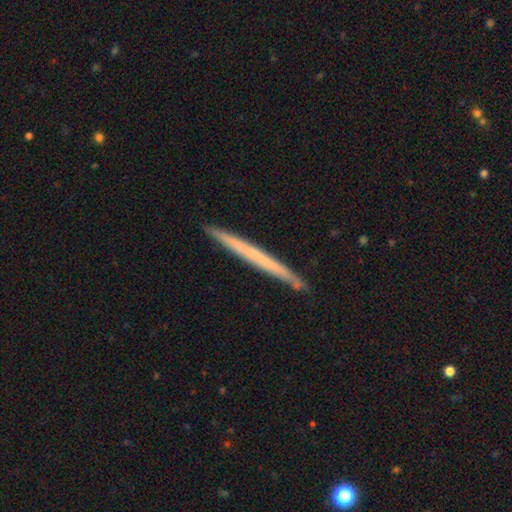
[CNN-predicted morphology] Smooth or featured: smooth — 49% (featured or disk — 46%)
Merging: none — 91% (minor disturbance — 7%)